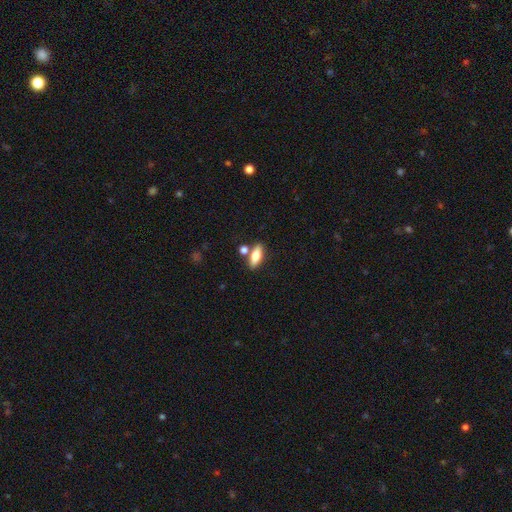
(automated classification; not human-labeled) Smooth or featured?
  - smooth: 68% *
  - featured or disk: 25%
  - star or artifact: 7%
How rounded?
  - in between: 68% *
  - cigar-shaped: 27%
  - round: 5%
Merging?
  - none: 72% *
  - merger: 14%
  - minor disturbance: 11%
  - major disturbance: 3%